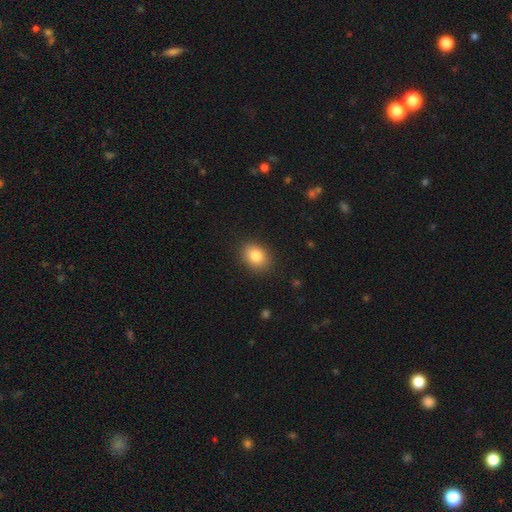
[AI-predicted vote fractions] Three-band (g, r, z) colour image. It shows a smooth galaxy with no disk features (84%) that is in between round and cigar-shaped (61%). Merging: none (88%).